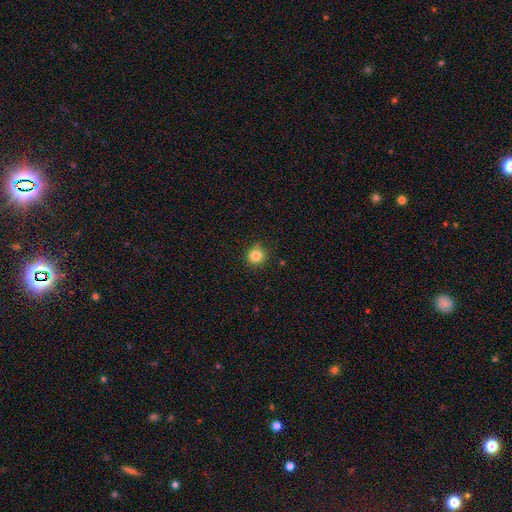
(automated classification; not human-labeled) smooth-or-featured: smooth: 83% | star or artifact: 12% | featured or disk: 5%
  how-rounded: round: 93% | in between: 6% | cigar-shaped: 1%
  merging: none: 87% | minor disturbance: 9% | merger: 2% | major disturbance: 2%